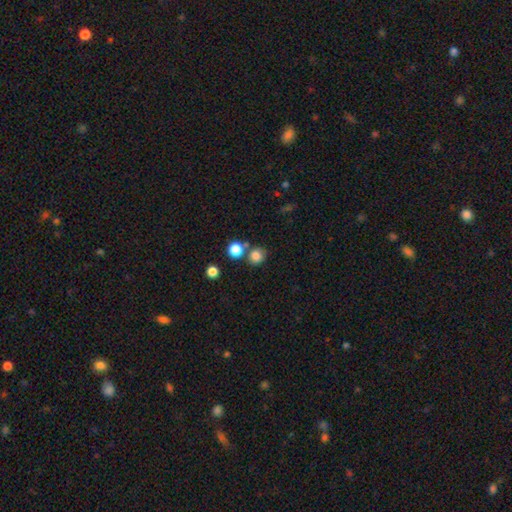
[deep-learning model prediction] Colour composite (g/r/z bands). It shows a smooth galaxy with no disk features (82%) that is round (84%). Merging: none (67%).